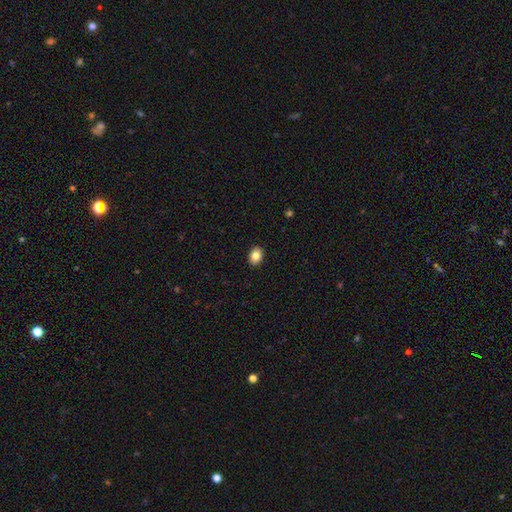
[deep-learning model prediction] smooth_or_featured: smooth (p=0.84) [alt: star or artifact p=0.09]
how_rounded: in between (p=0.69) [alt: round p=0.30]
merging: none (p=0.90) [alt: minor disturbance p=0.07]